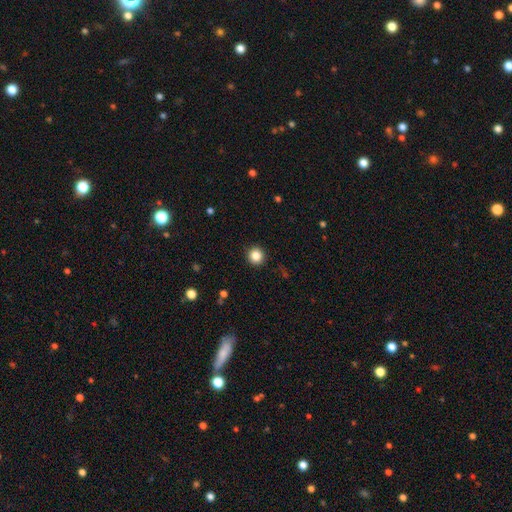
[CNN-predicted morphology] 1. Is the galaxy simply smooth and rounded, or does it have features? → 84% smooth, 11% star or artifact, 5% featured or disk.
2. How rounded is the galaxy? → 94% round, 5% in between, 1% cigar-shaped.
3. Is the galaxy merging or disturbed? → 92% none, 5% minor disturbance, 2% major disturbance, 1% merger.